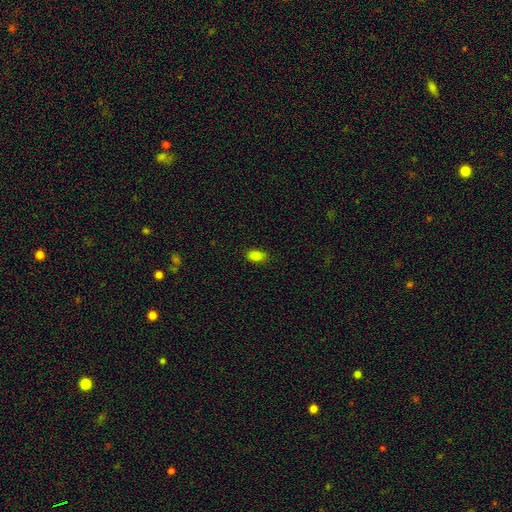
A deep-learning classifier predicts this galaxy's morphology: The model was most divided on "smooth or featured": smooth: 84%, star or artifact: 10%, featured or disk: 6%. More confident: how rounded — in between (88%); merging — none (87%).